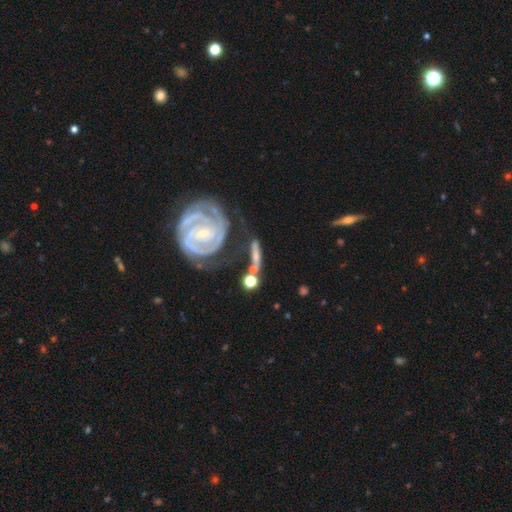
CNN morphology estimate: featured or disk 60%, smooth 31%, star or artifact 9%. Down the decision tree: edge-on disk — no (74%); merging — none (50%).